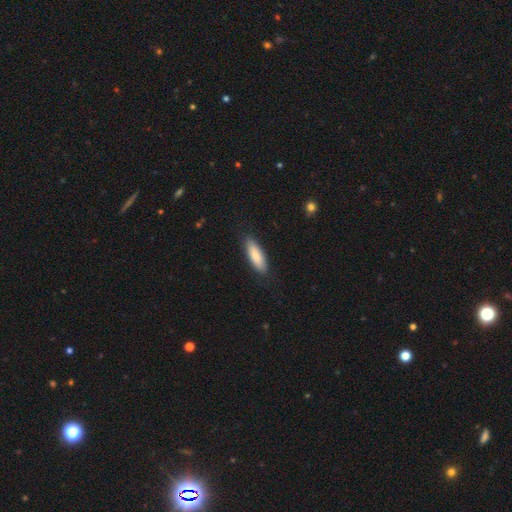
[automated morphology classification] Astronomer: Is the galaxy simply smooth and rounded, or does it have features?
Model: smooth — 82%.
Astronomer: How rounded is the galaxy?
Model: in between — 56% (runner-up: cigar-shaped, 42%).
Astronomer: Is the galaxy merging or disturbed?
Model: none — 86%.